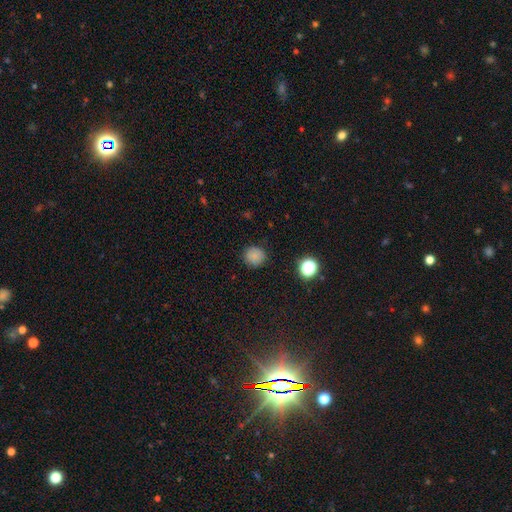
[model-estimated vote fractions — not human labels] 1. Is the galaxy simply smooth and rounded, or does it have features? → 82% smooth, 13% star or artifact, 5% featured or disk.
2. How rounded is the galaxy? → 92% round, 7% in between, 1% cigar-shaped.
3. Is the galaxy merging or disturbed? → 88% none, 8% minor disturbance, 2% major disturbance, 1% merger.